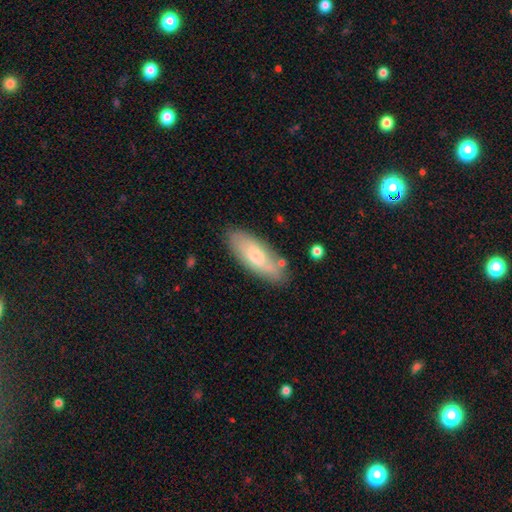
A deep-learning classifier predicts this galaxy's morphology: Smooth or featured?
  - smooth: 65% *
  - featured or disk: 29%
  - star or artifact: 6%
How rounded?
  - in between: 72% *
  - cigar-shaped: 26%
  - round: 2%
Merging?
  - none: 78% *
  - minor disturbance: 15%
  - merger: 4%
  - major disturbance: 3%